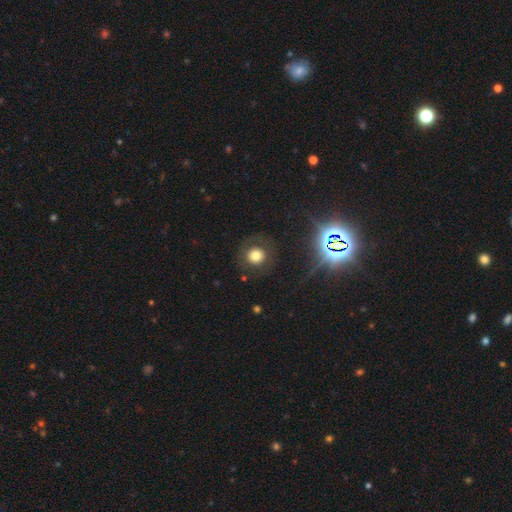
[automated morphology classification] Smooth or featured? smooth (67%)
How rounded? round (91%)
Merging? none (80%)